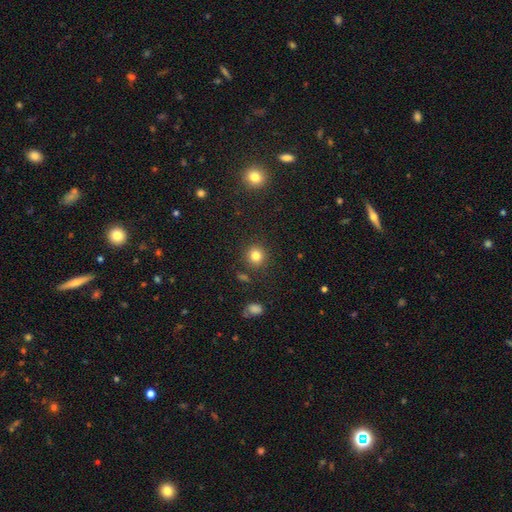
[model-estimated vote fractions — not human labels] Smooth or featured: smooth — 82% (star or artifact — 12%)
How rounded: round — 89% (in between — 10%)
Merging: none — 86% (minor disturbance — 8%)